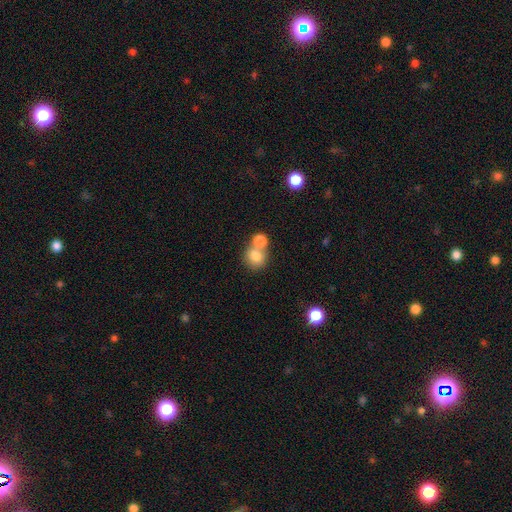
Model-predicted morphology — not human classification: Smooth or featured? smooth (79%)
How rounded? round (82%)
Merging? merger (48%)